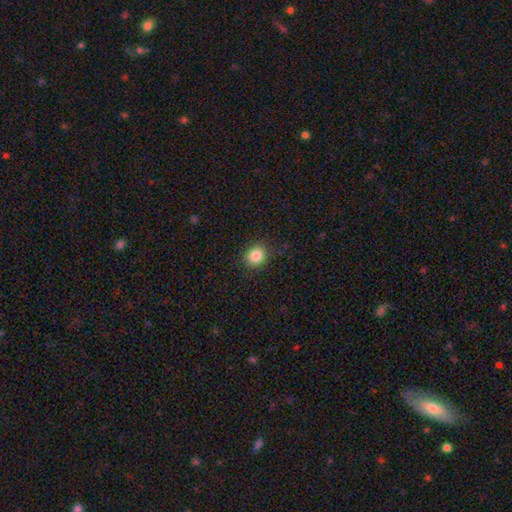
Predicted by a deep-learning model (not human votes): Smooth or featured: smooth — 85% (star or artifact — 10%)
How rounded: round — 78% (in between — 21%)
Merging: none — 89% (minor disturbance — 8%)